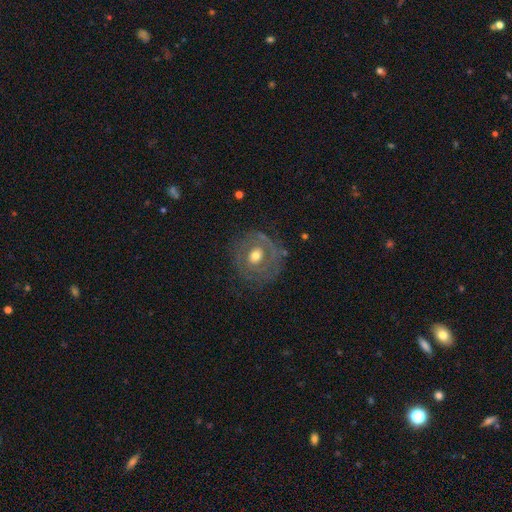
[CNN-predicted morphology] The model was most divided on "spiral arms": no: 57%, yes: 43%. More confident: edge-on disk — no (96%); bar — no (77%); bulge size — moderate (73%); merging — none (71%); smooth or featured — featured or disk (60%).